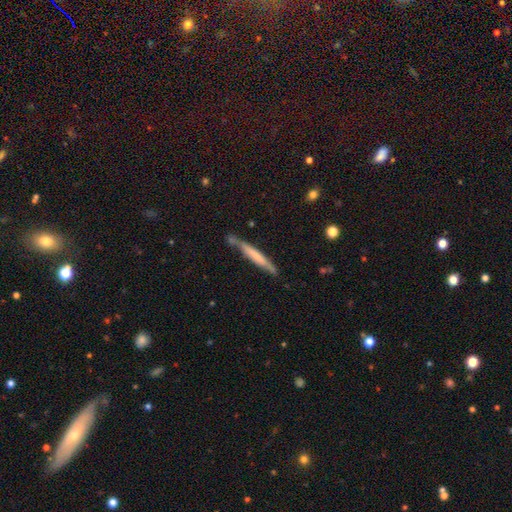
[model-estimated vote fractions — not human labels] A smooth galaxy with no disk features (53%) that is cigar-shaped (95%).

Vote fractions:
- Smooth or featured? smooth: 53% / featured or disk: 41% / star or artifact: 6%
- How rounded? cigar-shaped: 95% / in between: 4% / round: 1%
- Merging? none: 70% / minor disturbance: 18% / merger: 7% / major disturbance: 4%